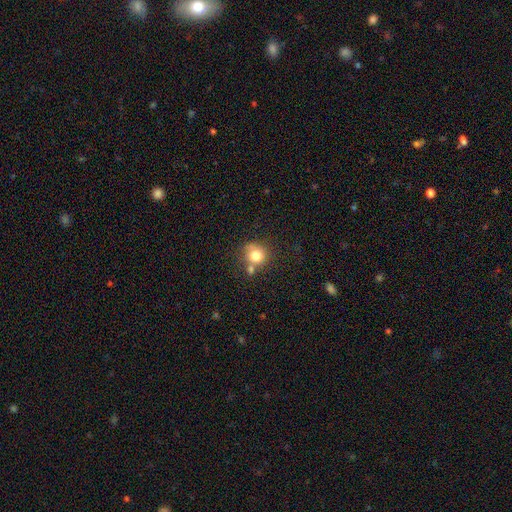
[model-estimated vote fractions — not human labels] Smooth or featured?
  - smooth: 77% *
  - featured or disk: 12%
  - star or artifact: 10%
How rounded?
  - round: 84% *
  - in between: 15%
  - cigar-shaped: 1%
Merging?
  - none: 55% *
  - merger: 23%
  - minor disturbance: 16%
  - major disturbance: 5%